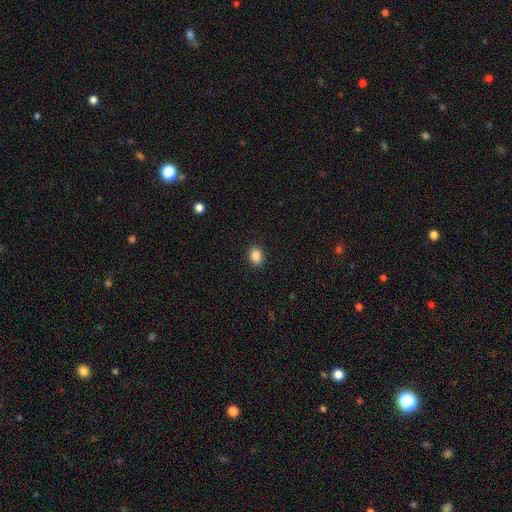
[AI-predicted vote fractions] Smooth or featured?
  - smooth: 86% *
  - star or artifact: 9%
  - featured or disk: 4%
How rounded?
  - in between: 65% *
  - round: 34%
  - cigar-shaped: 1%
Merging?
  - none: 90% *
  - minor disturbance: 7%
  - major disturbance: 2%
  - merger: 1%